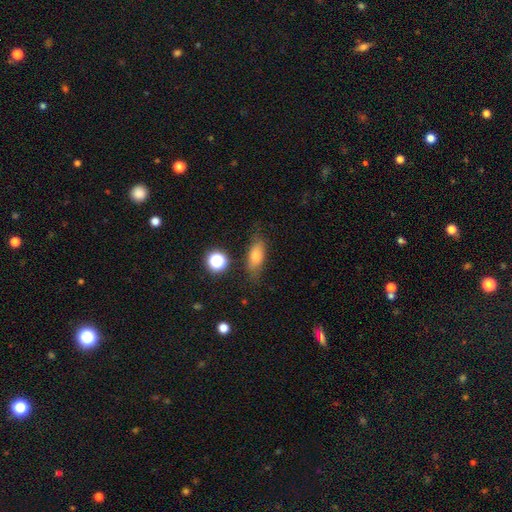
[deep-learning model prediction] The model was most divided on "how rounded": in between: 69%, cigar-shaped: 24%, round: 7%. More confident: merging — none (76%); smooth or featured — smooth (72%).